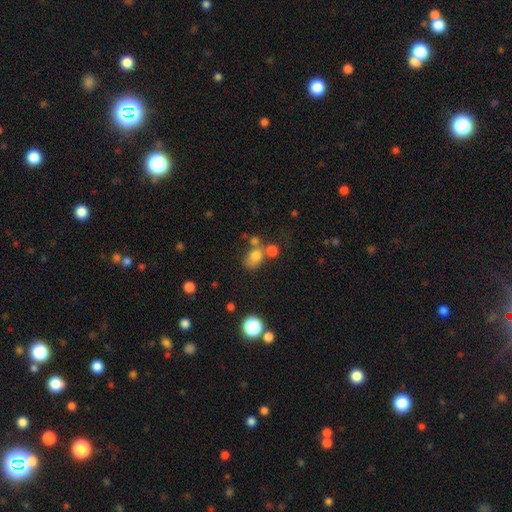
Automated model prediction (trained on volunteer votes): Smooth or featured: smooth — 75% (star or artifact — 14%)
How rounded: in between — 63% (round — 36%)
Merging: none — 38% (merger — 34%)